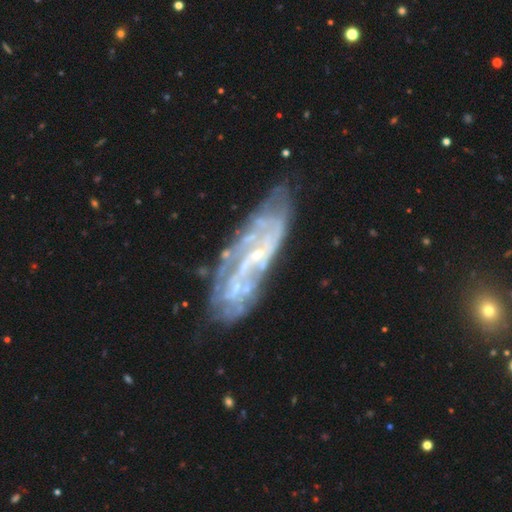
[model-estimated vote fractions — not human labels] featured or disk 82%, smooth 10%, star or artifact 8%. Down the decision tree: edge-on disk — no (86%); bar — no (44%); spiral arms — yes (88%); spiral arm count — can't tell (40%); spiral winding — tight (45%); bulge size — small (75%); merging — none (67%).